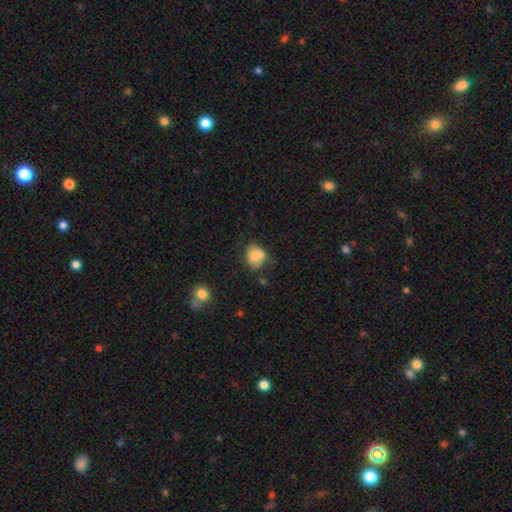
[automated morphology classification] This appears to be a smooth galaxy with no disk features (76%) that is in between round and cigar-shaped (52%). Merging: none (49%).